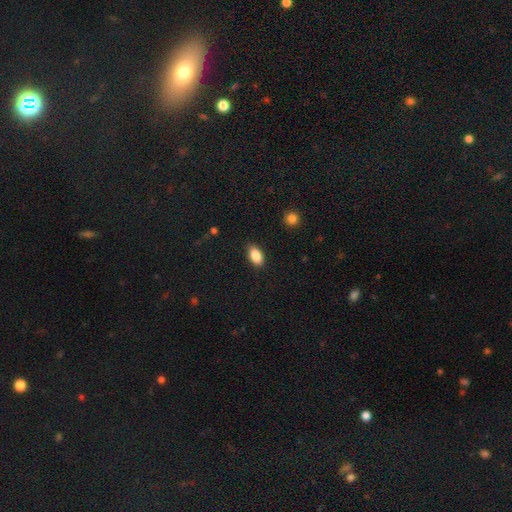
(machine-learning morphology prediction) A smooth galaxy with no disk features (88%) that is in between round and cigar-shaped (92%).

Vote fractions:
- Smooth or featured? smooth: 88% / star or artifact: 8% / featured or disk: 5%
- How rounded? in between: 92% / round: 5% / cigar-shaped: 3%
- Merging? none: 85% / minor disturbance: 12% / major disturbance: 2% / merger: 1%